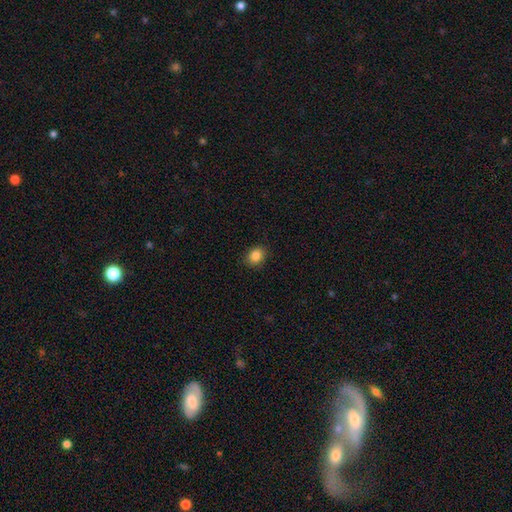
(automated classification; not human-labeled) smooth 86%, star or artifact 10%, featured or disk 4%. Down the decision tree: how rounded — round (57%); merging — none (89%).